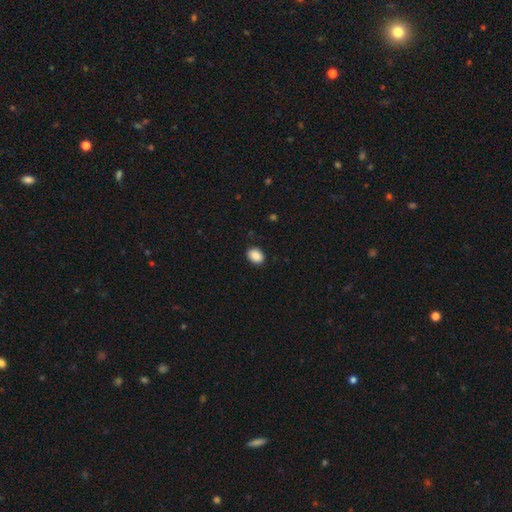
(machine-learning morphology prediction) type=smooth (89%); roundness=in between (69%); merging=none (88%).